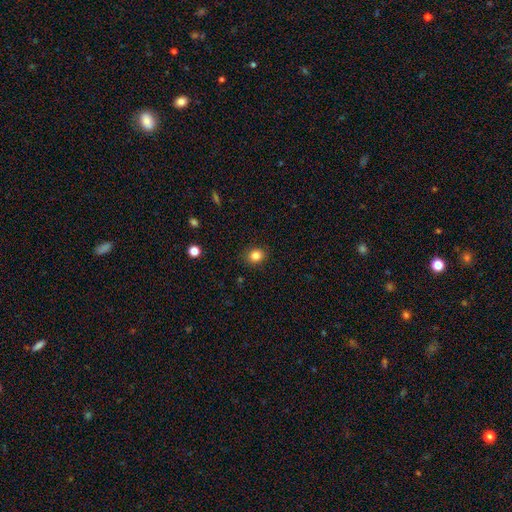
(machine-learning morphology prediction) Smooth or featured? smooth (84%)
How rounded? round (71%)
Merging? none (89%)